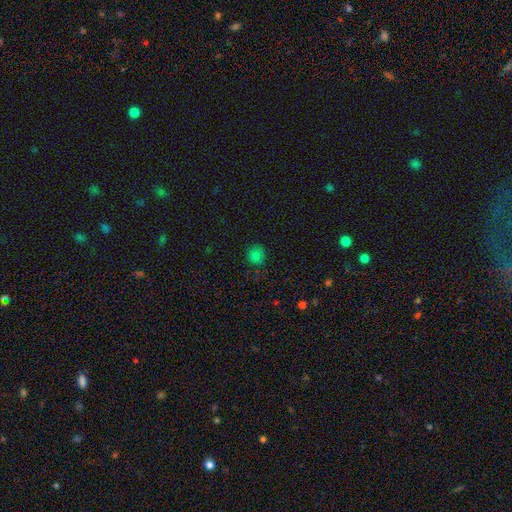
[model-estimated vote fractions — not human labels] smooth_or_featured: smooth (p=0.81) [alt: star or artifact p=0.15]
how_rounded: round (p=0.87) [alt: in between p=0.12]
merging: none (p=0.84) [alt: minor disturbance p=0.12]